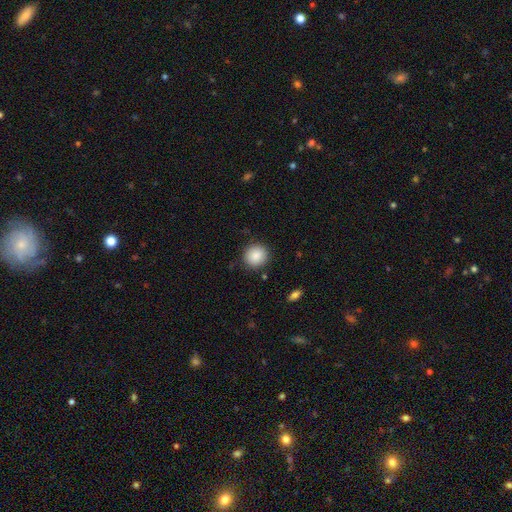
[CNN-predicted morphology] The model was most divided on "smooth or featured": smooth: 88%, star or artifact: 8%, featured or disk: 4%. More confident: how rounded — round (91%); merging — none (88%).